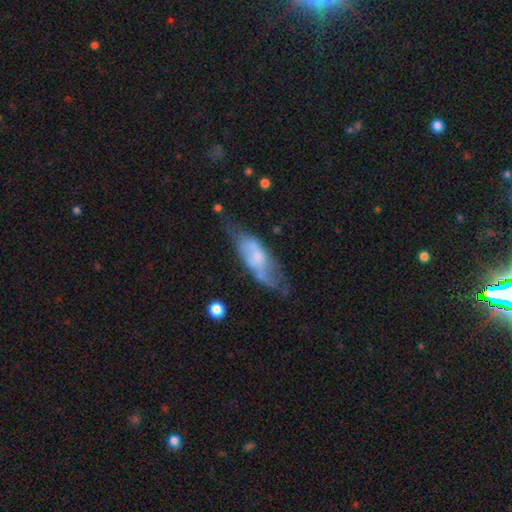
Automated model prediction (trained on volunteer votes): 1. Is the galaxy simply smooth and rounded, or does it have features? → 52% featured or disk, 41% smooth, 8% star or artifact.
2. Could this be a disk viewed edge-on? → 68% no, 32% yes.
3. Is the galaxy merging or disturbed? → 46% none, 30% minor disturbance, 18% major disturbance, 6% merger.